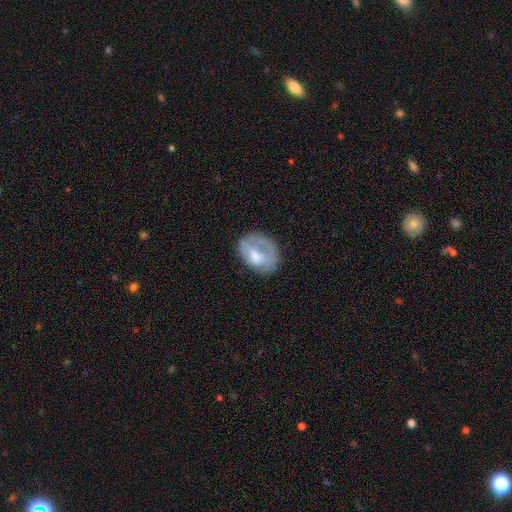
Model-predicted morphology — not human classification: Smooth or featured?
  - smooth: 51% *
  - featured or disk: 41%
  - star or artifact: 7%
How rounded?
  - in between: 66% *
  - round: 32%
  - cigar-shaped: 1%
Merging?
  - none: 46% *
  - minor disturbance: 27%
  - major disturbance: 24%
  - merger: 3%